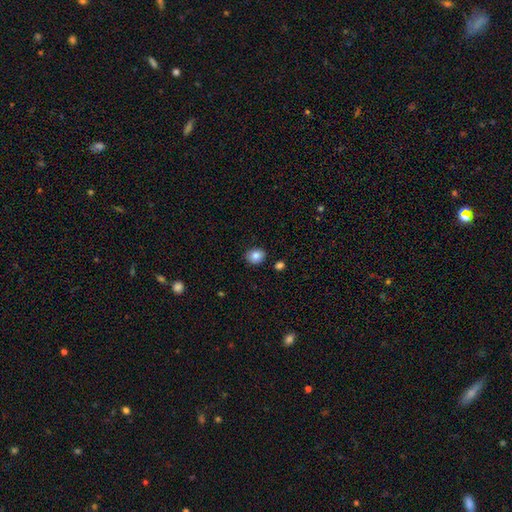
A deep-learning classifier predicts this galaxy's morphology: smooth_or_featured: smooth (p=0.84) [alt: star or artifact p=0.09]
how_rounded: round (p=0.59) [alt: in between p=0.40]
merging: none (p=0.87) [alt: minor disturbance p=0.09]